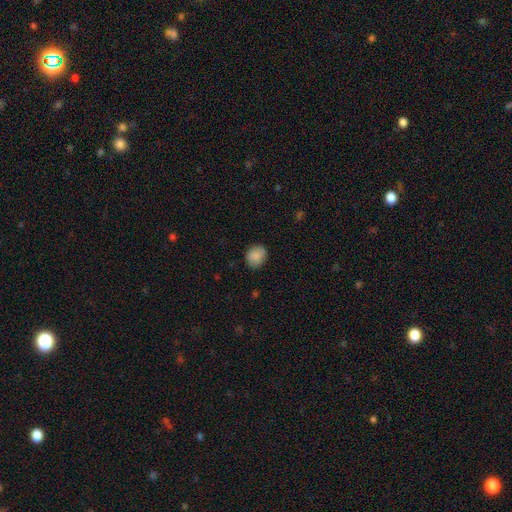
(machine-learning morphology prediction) type=smooth (87%); roundness=round (60%); merging=none (81%).